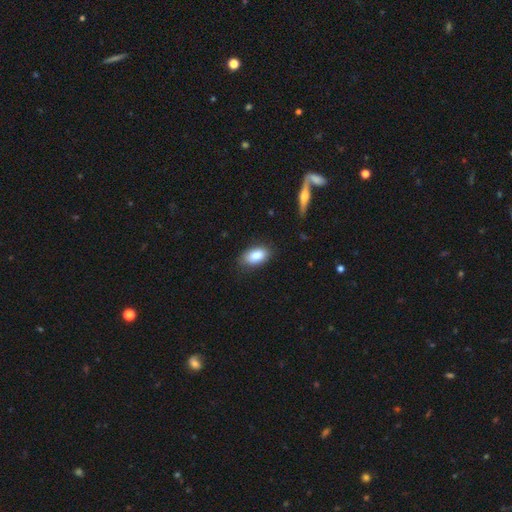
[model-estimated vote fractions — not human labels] A smooth galaxy with no disk features (84%) that is in between round and cigar-shaped (92%). Merging: none (83%).